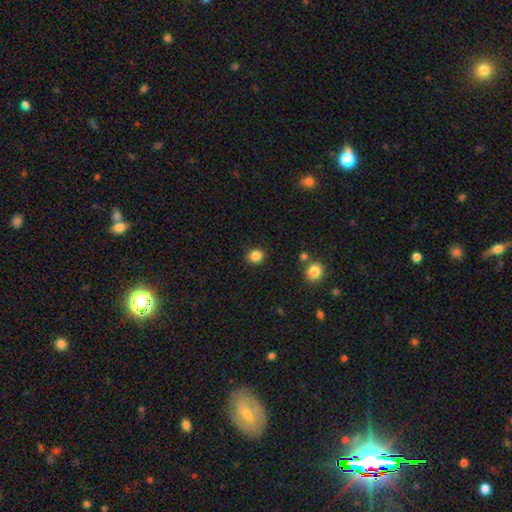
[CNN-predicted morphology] A smooth galaxy with no disk features (85%) that is round (80%).

Vote fractions:
- Smooth or featured? smooth: 85% / star or artifact: 11% / featured or disk: 4%
- How rounded? round: 80% / in between: 19% / cigar-shaped: 1%
- Merging? none: 88% / minor disturbance: 8% / major disturbance: 2% / merger: 2%